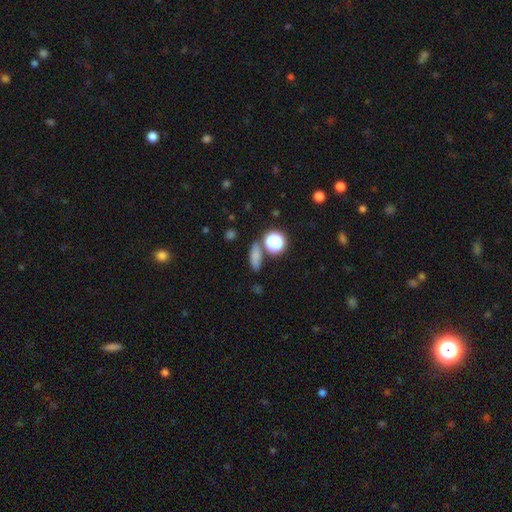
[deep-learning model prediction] A smooth galaxy with no disk features (75%) that is in between round and cigar-shaped (49%). Merging: none (75%).